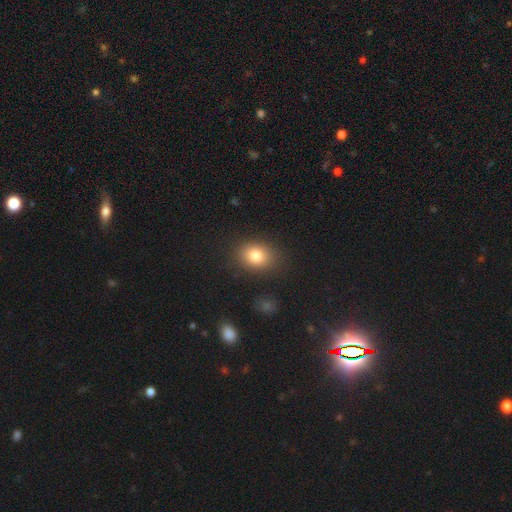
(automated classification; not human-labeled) smooth-or-featured: smooth: 81% | star or artifact: 10% | featured or disk: 8%
  how-rounded: in between: 58% | round: 41% | cigar-shaped: 1%
  merging: none: 84% | minor disturbance: 10% | major disturbance: 4% | merger: 2%